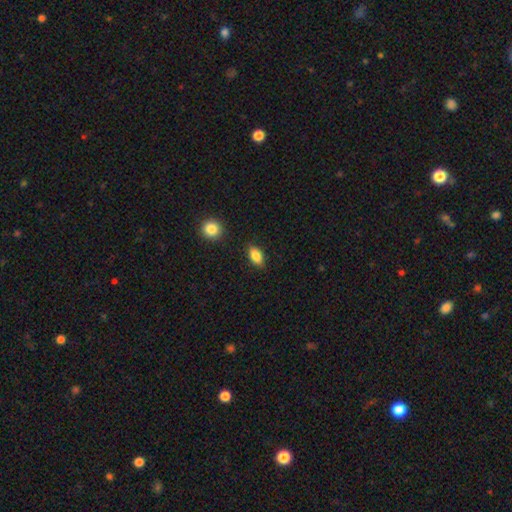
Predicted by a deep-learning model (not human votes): A smooth galaxy with no disk features (84%) that is in between round and cigar-shaped (88%). Merging: none (86%).